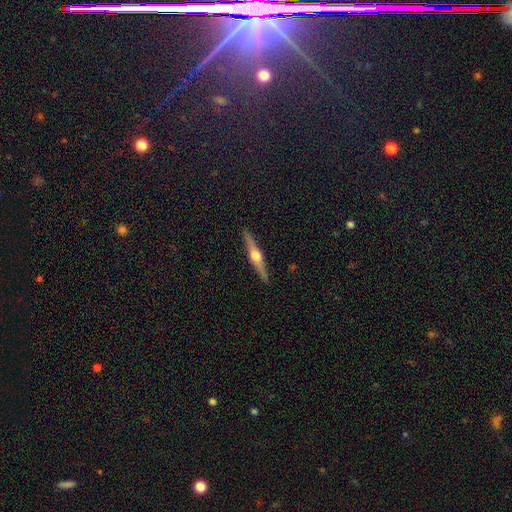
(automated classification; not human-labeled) The model was most divided on "smooth or featured": featured or disk: 76%, smooth: 18%, star or artifact: 5%. More confident: edge-on disk — yes (98%); edge-on bulge — rounded (96%); merging — none (92%).